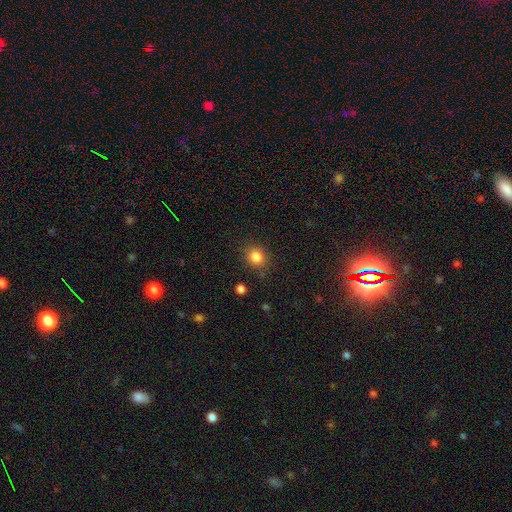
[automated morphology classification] Smooth or featured: smooth — 84% (star or artifact — 11%)
How rounded: round — 73% (in between — 26%)
Merging: none — 84% (minor disturbance — 11%)